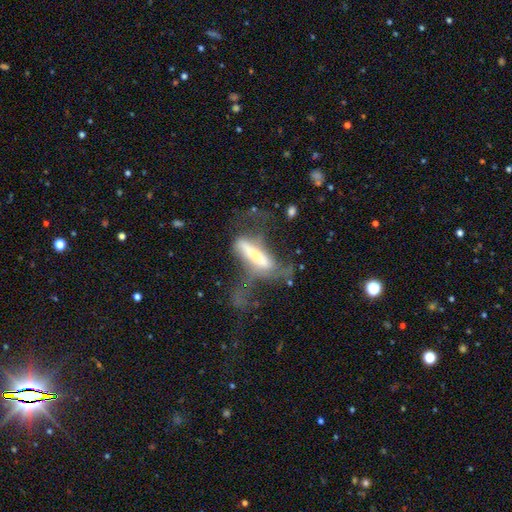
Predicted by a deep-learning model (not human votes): smooth-or-featured: featured or disk: 52% | smooth: 40% | star or artifact: 8%
  disk-edge-on: no: 51% | yes: 49%
  merging: major disturbance: 51% | none: 23% | minor disturbance: 17% | merger: 10%